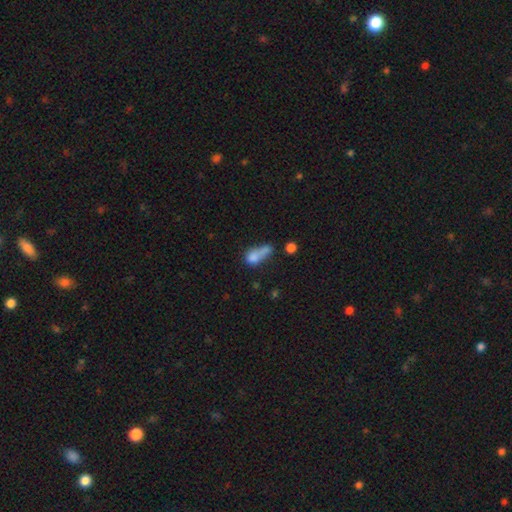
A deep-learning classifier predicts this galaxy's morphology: smooth-or-featured: smooth: 72% | featured or disk: 17% | star or artifact: 11%
  how-rounded: in between: 59% | round: 31% | cigar-shaped: 10%
  merging: merger: 43% | major disturbance: 20% | none: 20% | minor disturbance: 16%